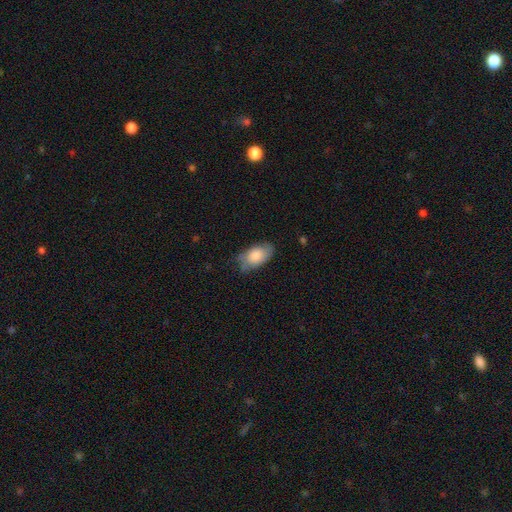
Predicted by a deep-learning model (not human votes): Smooth or featured? Predicted: smooth (p=0.75). How rounded? Predicted: in between (p=0.92). Merging? Predicted: none (p=0.61).